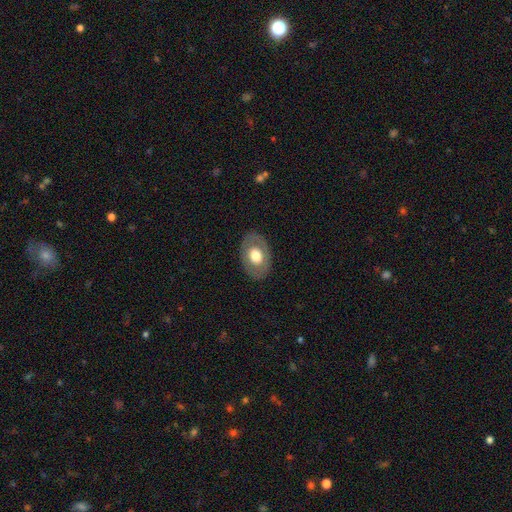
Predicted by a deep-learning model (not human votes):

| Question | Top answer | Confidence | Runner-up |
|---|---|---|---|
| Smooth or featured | smooth | 57% | featured or disk (37%) |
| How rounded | in between | 80% | round (19%) |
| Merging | none | 84% | minor disturbance (11%) |